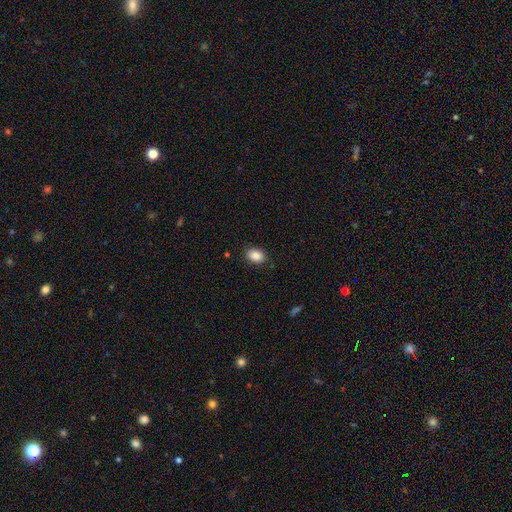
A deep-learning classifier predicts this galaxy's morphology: Smooth or featured?
  - smooth: 88% *
  - star or artifact: 8%
  - featured or disk: 4%
How rounded?
  - in between: 82% *
  - round: 17%
  - cigar-shaped: 1%
Merging?
  - none: 88% *
  - minor disturbance: 9%
  - major disturbance: 2%
  - merger: 1%